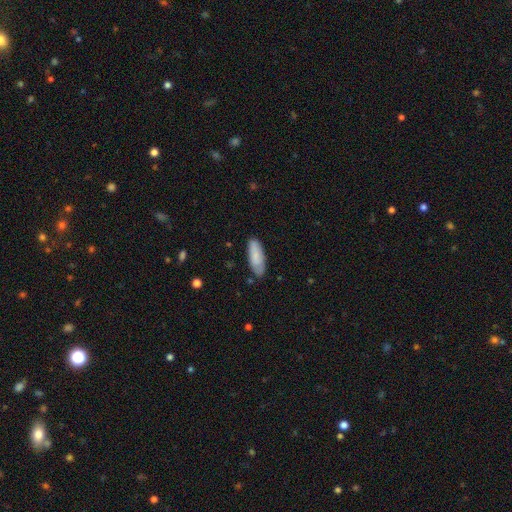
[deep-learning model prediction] Smooth or featured?
  - smooth: 76% *
  - featured or disk: 18%
  - star or artifact: 6%
How rounded?
  - in between: 71% *
  - cigar-shaped: 28%
  - round: 2%
Merging?
  - none: 79% *
  - minor disturbance: 16%
  - major disturbance: 3%
  - merger: 2%